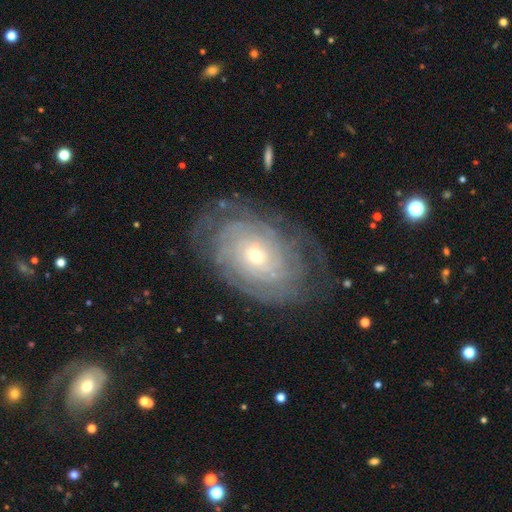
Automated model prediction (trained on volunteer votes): Overall: featured or disk (84%). Edge-on disk: no (95%). Bar: no (72%). Spiral arms: yes (94%). Spiral arm count: can't tell (49%; 4 13%). Spiral winding: tight (81%). Bulge size: small (55%; moderate 40%). Merging: none (73%).